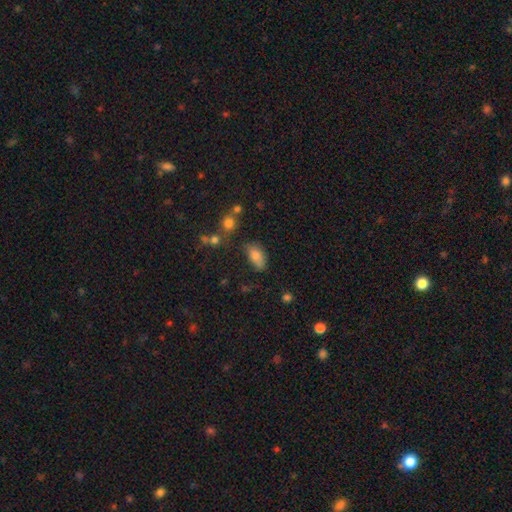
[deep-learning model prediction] Smooth or featured? smooth (78%)
How rounded? in between (89%)
Merging? none (57%)